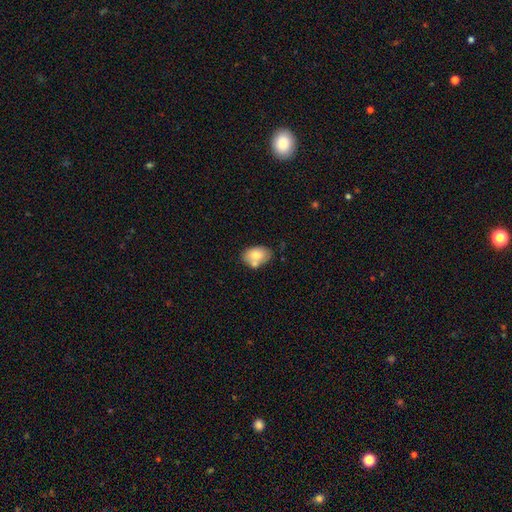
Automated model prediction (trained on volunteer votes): smooth-or-featured: smooth: 75% | featured or disk: 18% | star or artifact: 7%
  how-rounded: in between: 86% | round: 13% | cigar-shaped: 1%
  merging: none: 57% | merger: 20% | minor disturbance: 18% | major disturbance: 4%